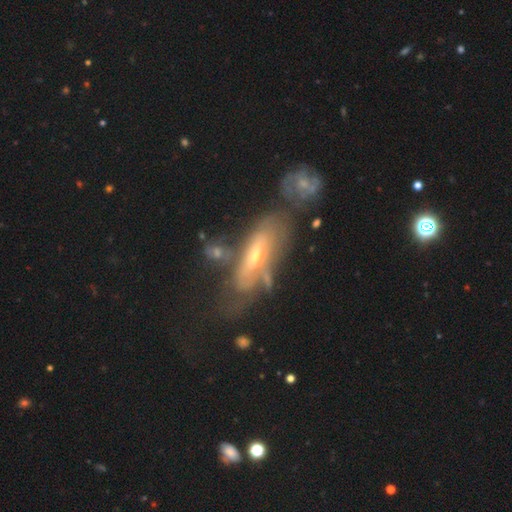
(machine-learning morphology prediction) Smooth or featured? Predicted: featured or disk (p=0.66). Edge-on disk? Predicted: no (p=0.74). Merging? Predicted: none (p=0.35).